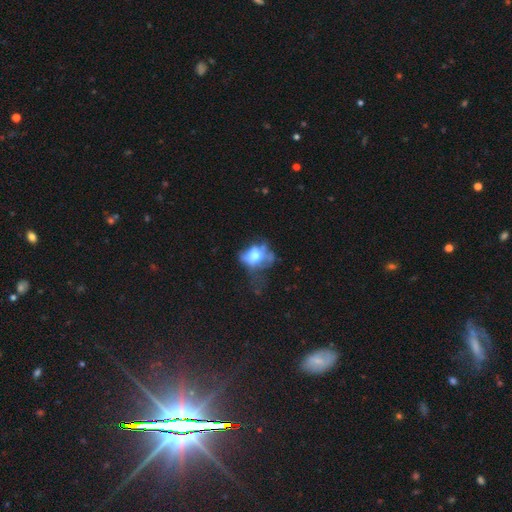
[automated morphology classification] Smooth or featured? Predicted: smooth (p=0.50). Merging? Predicted: major disturbance (p=0.45).